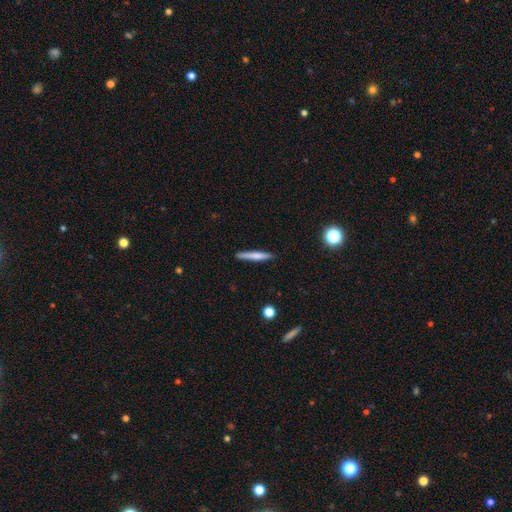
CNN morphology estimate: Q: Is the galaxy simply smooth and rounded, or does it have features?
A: smooth — 66%.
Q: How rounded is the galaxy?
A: cigar-shaped — 94%.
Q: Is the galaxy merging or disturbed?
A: none — 88%.